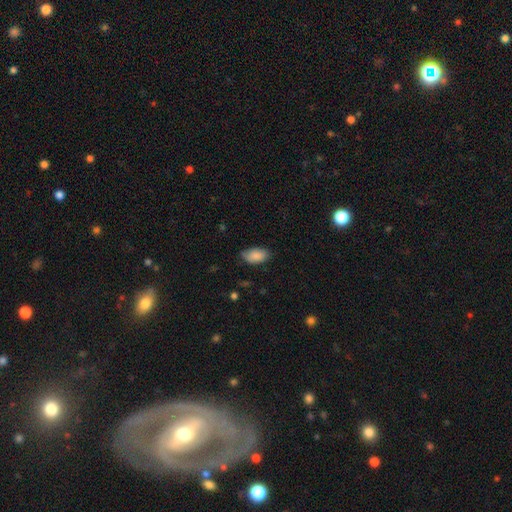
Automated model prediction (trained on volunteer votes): A smooth galaxy with no disk features (88%) that is in between round and cigar-shaped (94%). Merging: none (73%).